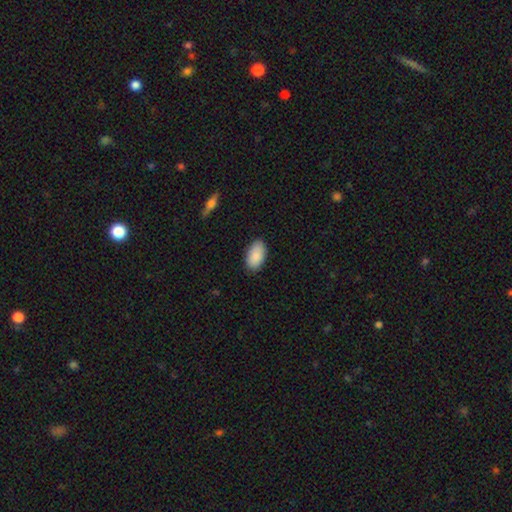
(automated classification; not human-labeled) Q: Smooth or featured?
A: smooth (88%); runner-up: star or artifact (6%)
Q: How rounded?
A: in between (95%); runner-up: round (3%)
Q: Merging?
A: none (85%); runner-up: minor disturbance (12%)